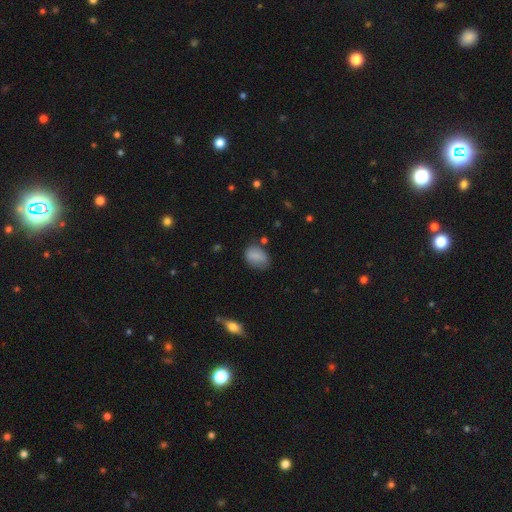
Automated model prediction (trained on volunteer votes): A smooth galaxy with no disk features (80%) that is in between round and cigar-shaped (74%). Merging: none (60%).